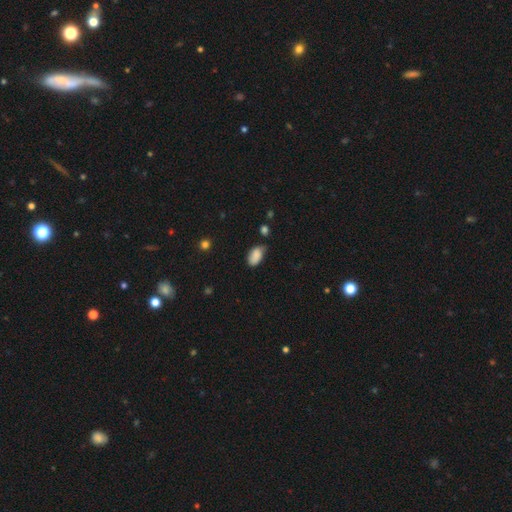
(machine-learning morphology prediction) The model was most divided on "merging": none: 50%, minor disturbance: 38%, major disturbance: 8%, merger: 4%. More confident: how rounded — in between (92%); smooth or featured — smooth (83%).